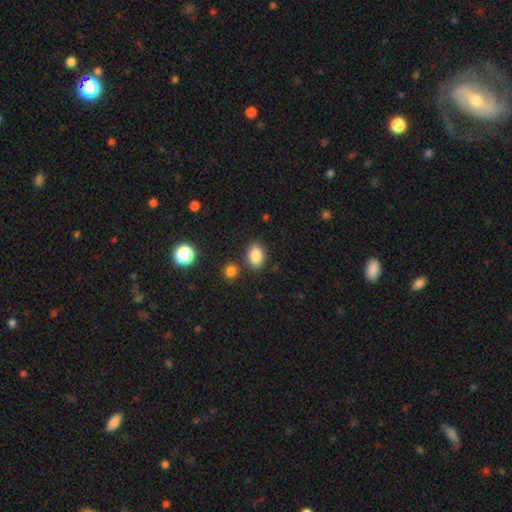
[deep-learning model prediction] Overall: smooth (85%). How rounded: in between (82%). Merging: none (80%).